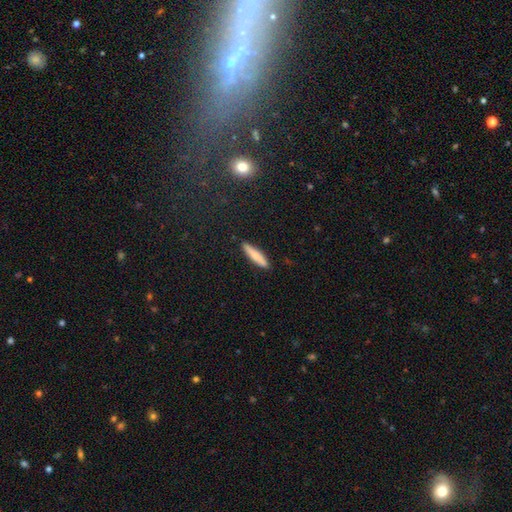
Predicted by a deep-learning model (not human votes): Smooth or featured? Predicted: smooth (p=0.78). How rounded? Predicted: cigar-shaped (p=0.88). Merging? Predicted: none (p=0.89).